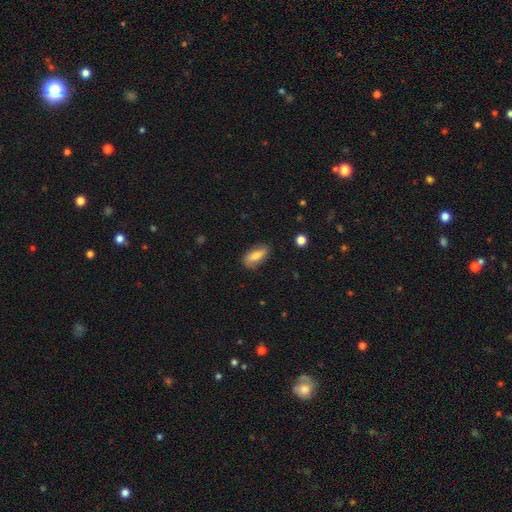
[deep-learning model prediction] Smooth or featured? smooth (72%)
How rounded? in between (78%)
Merging? none (75%)